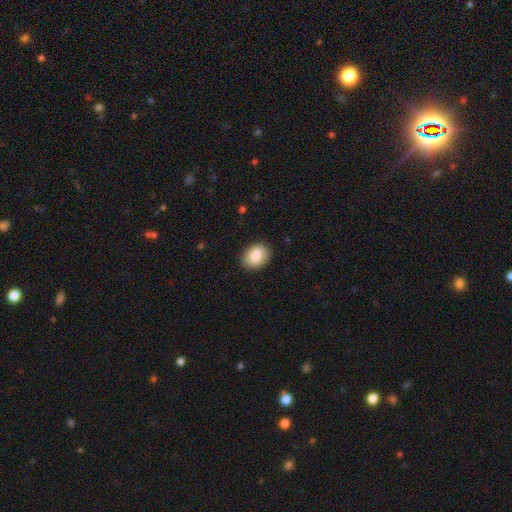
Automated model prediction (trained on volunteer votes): Smooth or featured? smooth (85%)
How rounded? in between (68%)
Merging? none (88%)